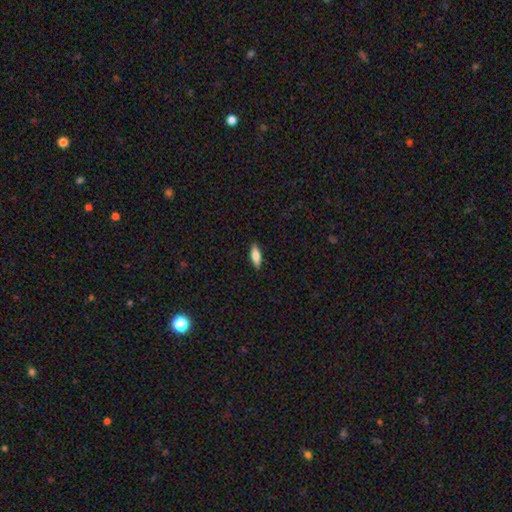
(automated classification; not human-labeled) Smooth or featured: smooth — 75% (featured or disk — 19%)
How rounded: in between — 60% (cigar-shaped — 37%)
Merging: none — 89% (minor disturbance — 8%)